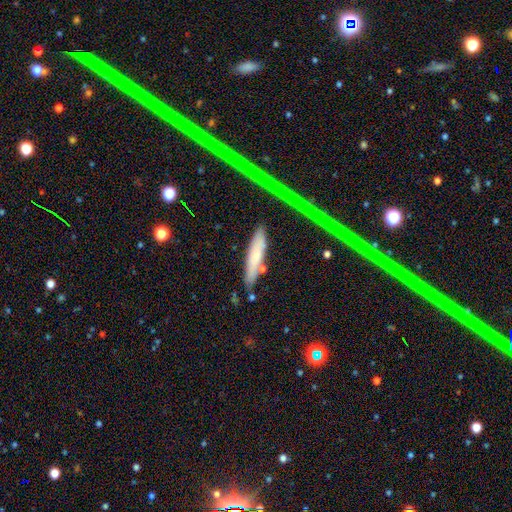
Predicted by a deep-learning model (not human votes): smooth-or-featured: smooth: 67% | featured or disk: 25% | star or artifact: 8%
  how-rounded: cigar-shaped: 80% | in between: 18% | round: 2%
  merging: none: 75% | minor disturbance: 16% | merger: 5% | major disturbance: 3%